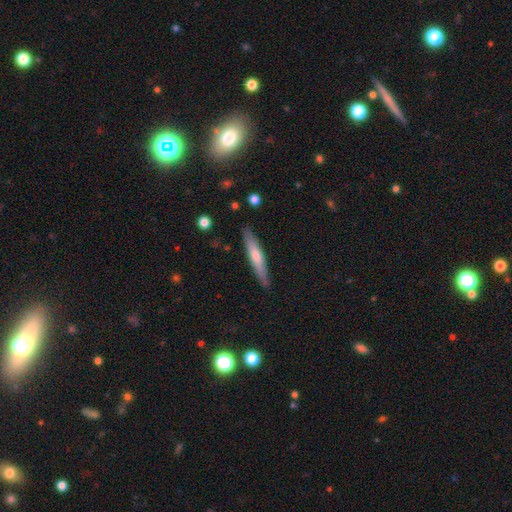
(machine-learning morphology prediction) The model was most divided on "smooth or featured": featured or disk: 47%, smooth: 46%, star or artifact: 7%. More confident: merging — none (89%).